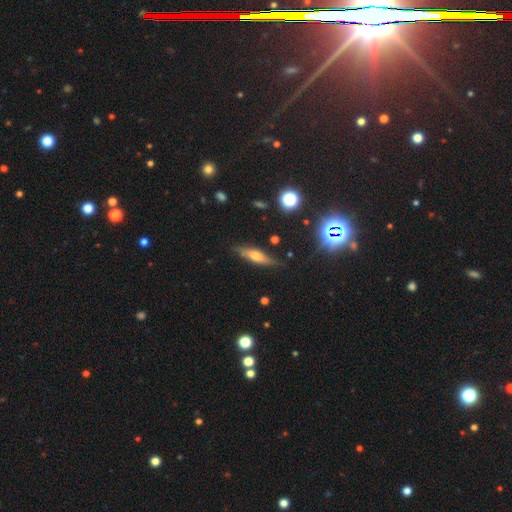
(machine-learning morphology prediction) This appears to be a featured or disk galaxy (49%). Merging: none (81%).